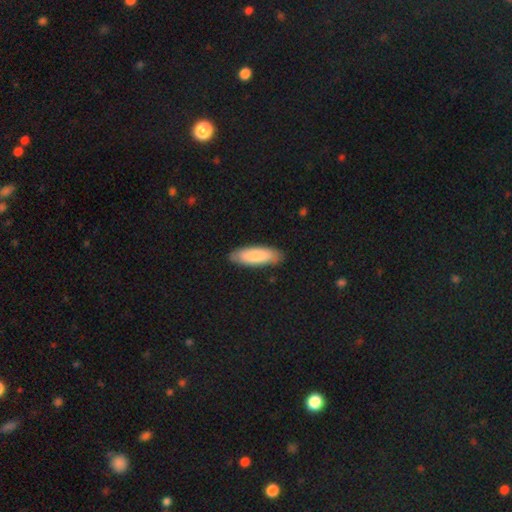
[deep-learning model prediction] smooth 81%, featured or disk 14%, star or artifact 5%. Down the decision tree: how rounded — in between (55%); merging — none (85%).